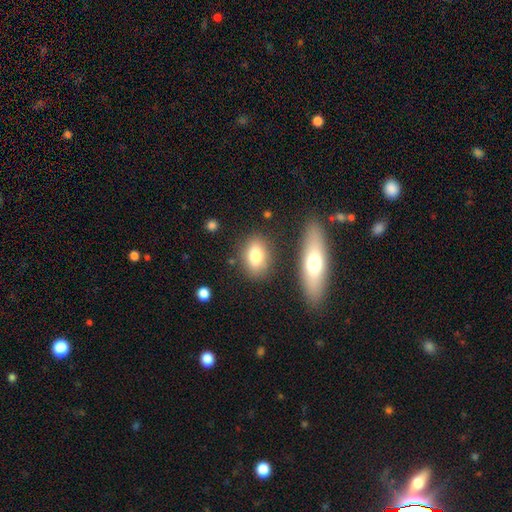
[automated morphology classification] smooth 77%, featured or disk 14%, star or artifact 8%. Down the decision tree: how rounded — in between (79%); merging — none (79%).